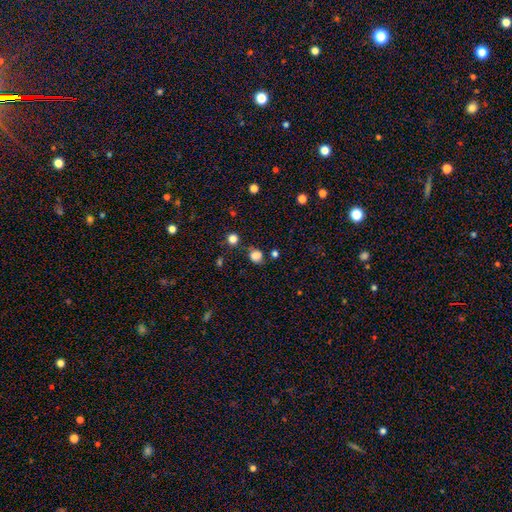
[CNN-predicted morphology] smooth-or-featured: smooth: 79% | star or artifact: 15% | featured or disk: 6%
  how-rounded: round: 73% | in between: 26% | cigar-shaped: 1%
  merging: none: 71% | minor disturbance: 18% | major disturbance: 6% | merger: 6%